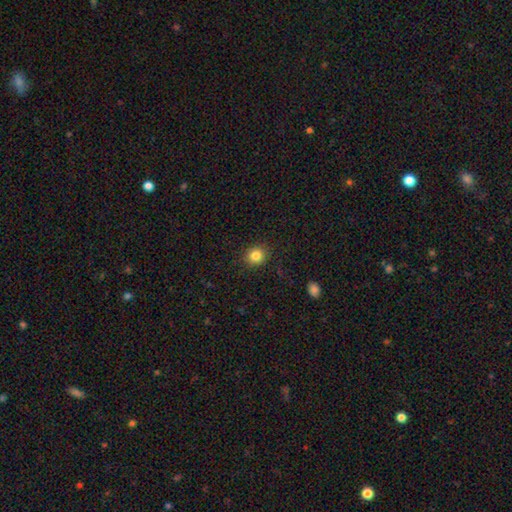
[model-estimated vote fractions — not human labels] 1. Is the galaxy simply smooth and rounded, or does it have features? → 83% smooth, 11% star or artifact, 5% featured or disk.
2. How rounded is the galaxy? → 83% round, 16% in between, 1% cigar-shaped.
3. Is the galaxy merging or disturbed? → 89% none, 7% minor disturbance, 2% major disturbance, 1% merger.